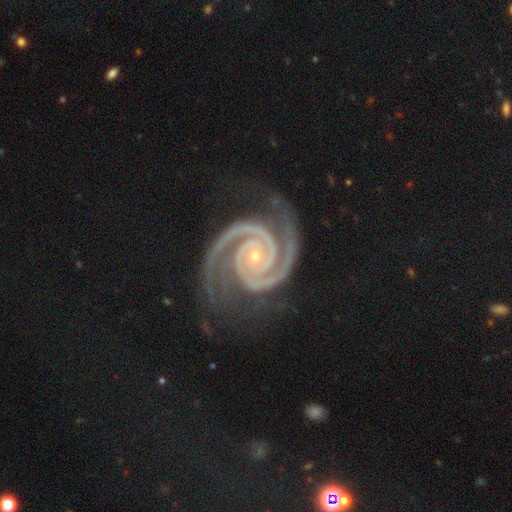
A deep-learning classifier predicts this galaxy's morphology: A featured or disk galaxy (95%) with no bar (67%), 2 (91%) tight (80%) spiral arms (99%) and a small central bulge (83%). Merging: none (76%).